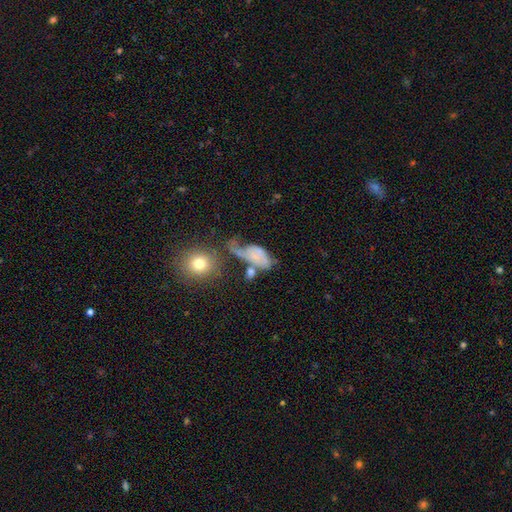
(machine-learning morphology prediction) smooth-or-featured: featured or disk: 46% | smooth: 44% | star or artifact: 10%
  merging: major disturbance: 37% | merger: 23% | none: 21% | minor disturbance: 19%